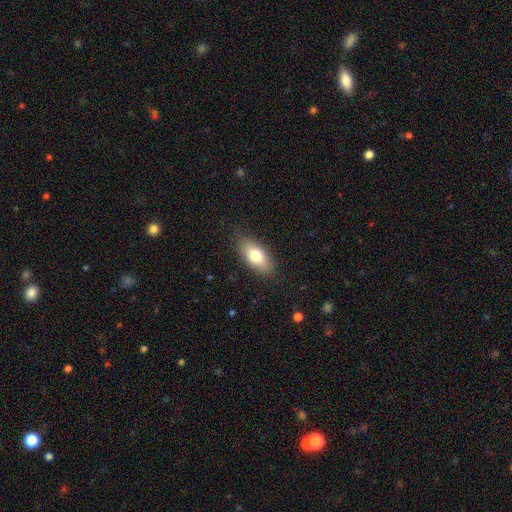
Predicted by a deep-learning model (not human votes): Morphology: type=smooth (76%); roundness=in between (87%); merging=none (84%).